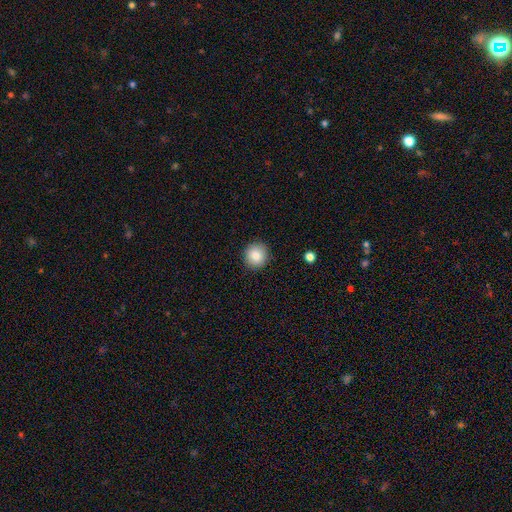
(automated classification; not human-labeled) Morphology: type=smooth (83%); roundness=round (92%); merging=none (90%).